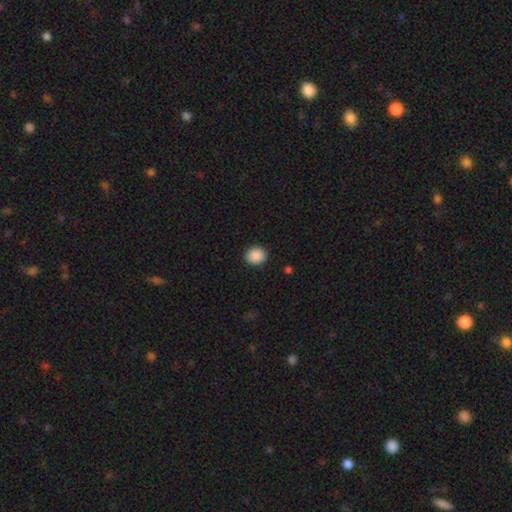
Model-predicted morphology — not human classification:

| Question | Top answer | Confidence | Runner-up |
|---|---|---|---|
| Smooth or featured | smooth | 89% | star or artifact (8%) |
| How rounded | round | 76% | in between (23%) |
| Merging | none | 91% | minor disturbance (6%) |